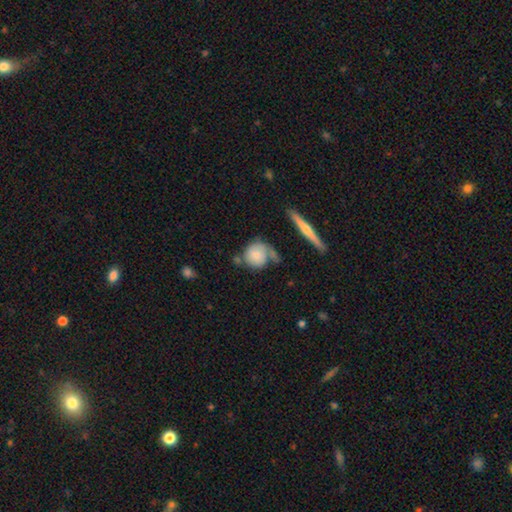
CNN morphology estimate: Smooth or featured? Predicted: smooth (p=0.69). How rounded? Predicted: round (p=0.81). Merging? Predicted: none (p=0.51).